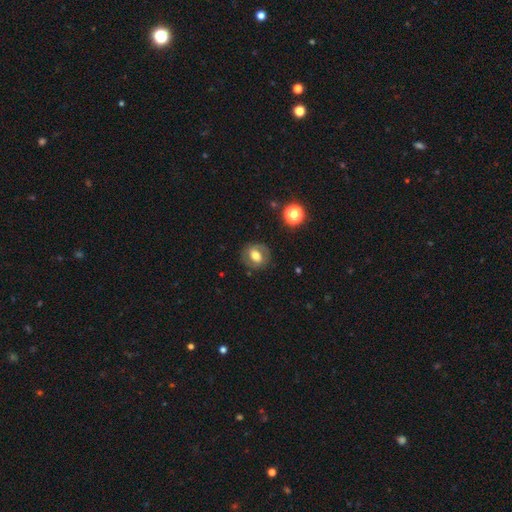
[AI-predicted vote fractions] A smooth galaxy with no disk features (50%) that is round (58%). Merging: none (80%).